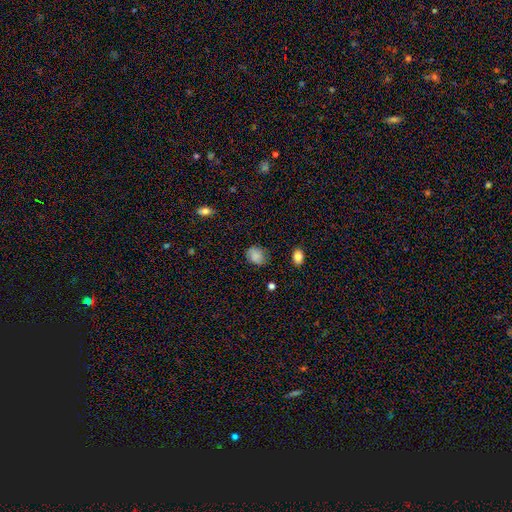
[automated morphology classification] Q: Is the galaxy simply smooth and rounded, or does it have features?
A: smooth — 81%.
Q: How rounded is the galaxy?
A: in between — 50%.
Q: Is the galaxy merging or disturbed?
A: none — 74%.